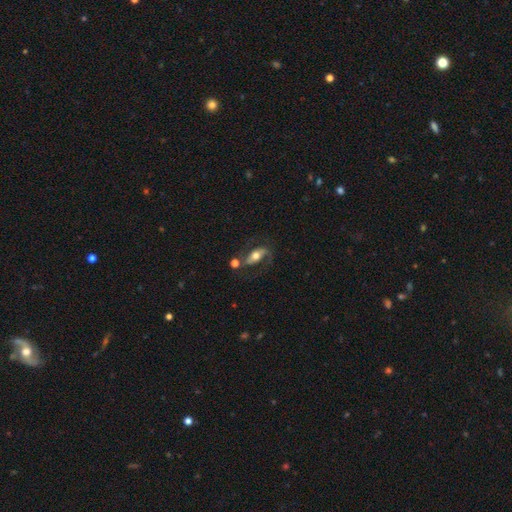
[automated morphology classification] Smooth or featured? Predicted: featured or disk (p=0.64). Edge-on disk? Predicted: no (p=0.87). Bar? Predicted: no (p=0.40). Spiral arms? Predicted: yes (p=0.83). Bulge size? Predicted: moderate (p=0.67). Merging? Predicted: none (p=0.54).